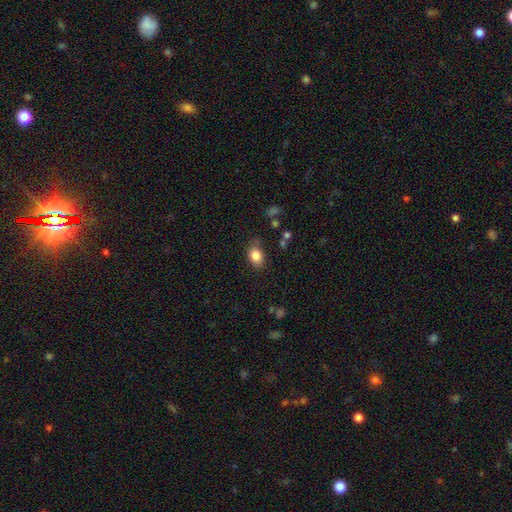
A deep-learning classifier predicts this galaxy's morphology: A smooth galaxy with no disk features (84%) that is in between round and cigar-shaped (77%). Merging: none (75%).